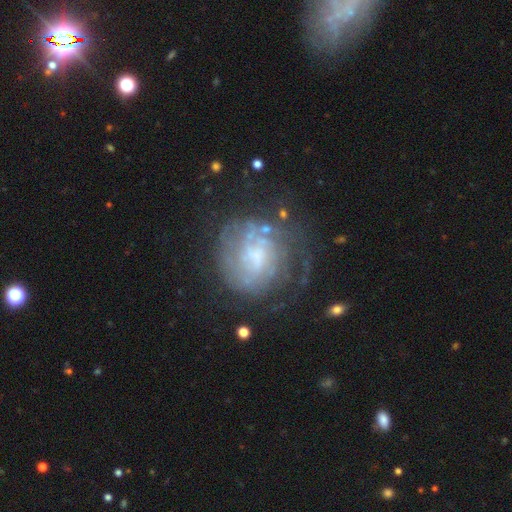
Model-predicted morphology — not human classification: Q: Smooth or featured?
A: featured or disk (74%); runner-up: smooth (16%)
Q: Edge-on disk?
A: no (98%); runner-up: yes (2%)
Q: Bar?
A: no (54%); runner-up: weak (38%)
Q: Spiral arms?
A: yes (81%); runner-up: no (19%)
Q: Spiral winding?
A: tight (58%); runner-up: medium (30%)
Q: Spiral arm count?
A: can't tell (53%); runner-up: 2 (15%)
Q: Bulge size?
A: small (39%); runner-up: none (27%)
Q: Merging?
A: none (61%); runner-up: minor disturbance (19%)